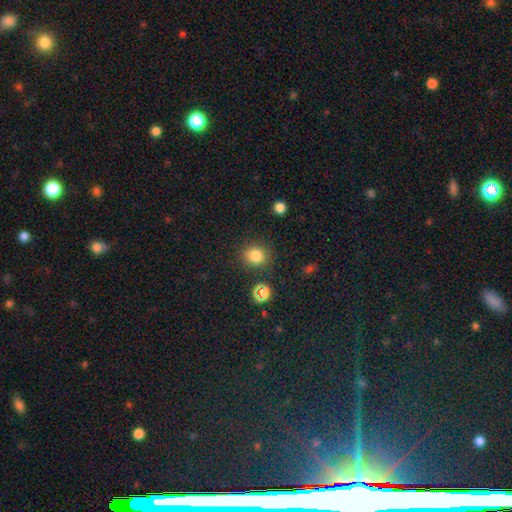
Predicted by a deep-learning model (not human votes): This appears to be a smooth galaxy with no disk features (79%) that is round (78%). Merging: none (84%).